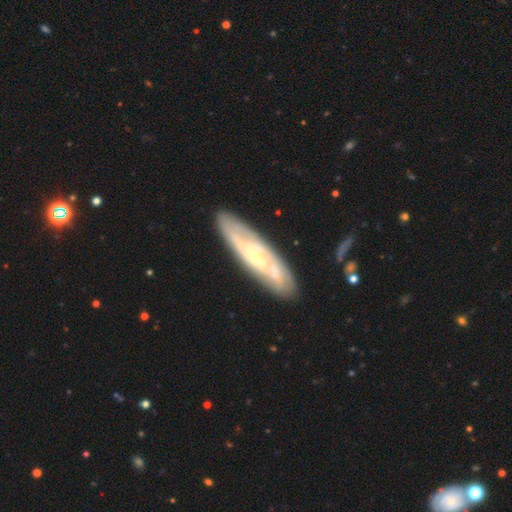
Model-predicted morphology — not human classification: featured or disk 68%, smooth 26%, star or artifact 6%. Down the decision tree: edge-on disk — no (69%); merging — none (77%).